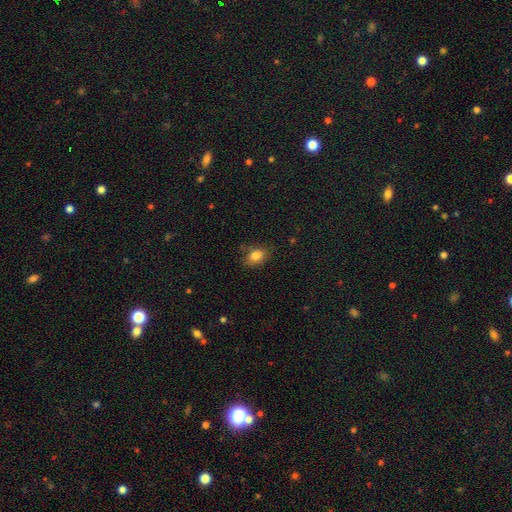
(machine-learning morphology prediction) Overall: smooth (83%). How rounded: in between (74%). Merging: none (78%).